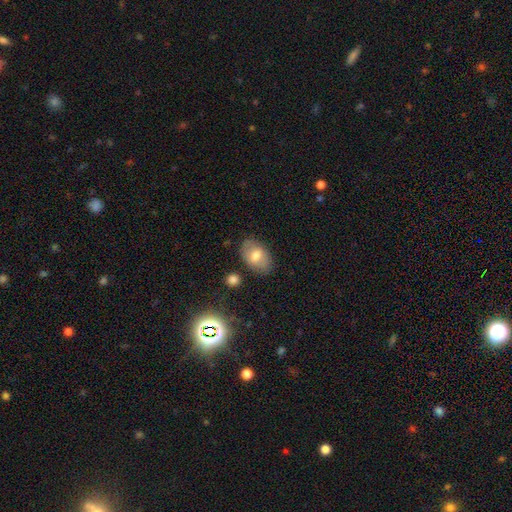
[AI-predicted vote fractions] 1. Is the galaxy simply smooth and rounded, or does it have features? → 67% smooth, 24% featured or disk, 8% star or artifact.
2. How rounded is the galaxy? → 88% in between, 11% round, 1% cigar-shaped.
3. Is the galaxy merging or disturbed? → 80% none, 14% minor disturbance, 3% major disturbance, 3% merger.